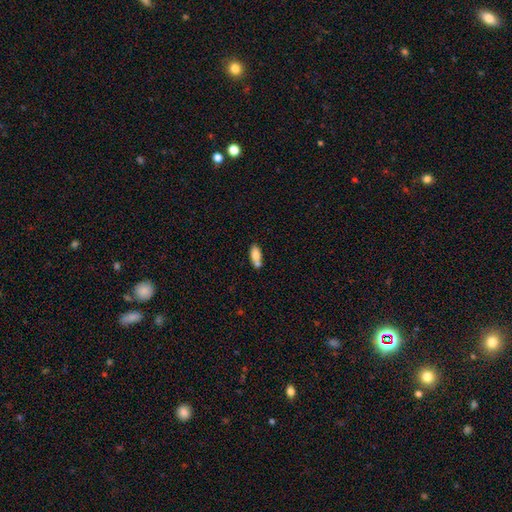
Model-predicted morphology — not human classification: Smooth or featured?
  - smooth: 80% *
  - featured or disk: 12%
  - star or artifact: 8%
How rounded?
  - in between: 82% *
  - cigar-shaped: 15%
  - round: 3%
Merging?
  - none: 43% *
  - merger: 37%
  - minor disturbance: 15%
  - major disturbance: 4%